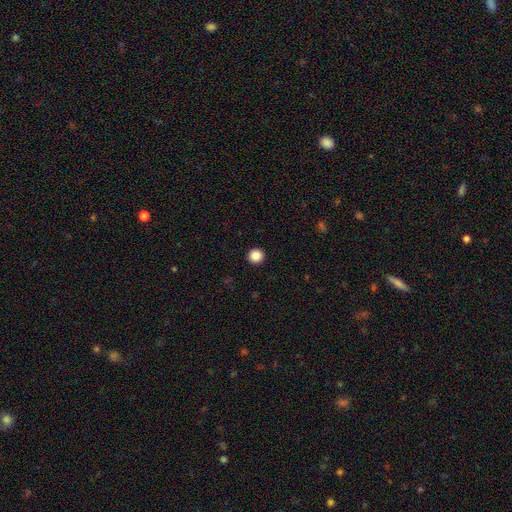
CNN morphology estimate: Smooth or featured? Predicted: smooth (p=0.88). How rounded? Predicted: round (p=0.95). Merging? Predicted: none (p=0.94).